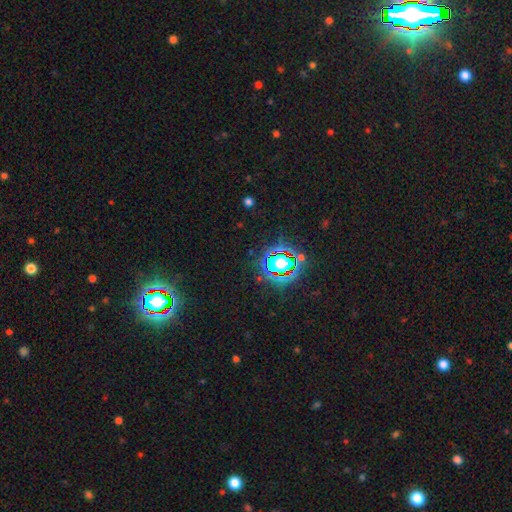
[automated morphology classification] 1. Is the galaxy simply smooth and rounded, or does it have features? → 84% star or artifact, 9% smooth, 6% featured or disk.